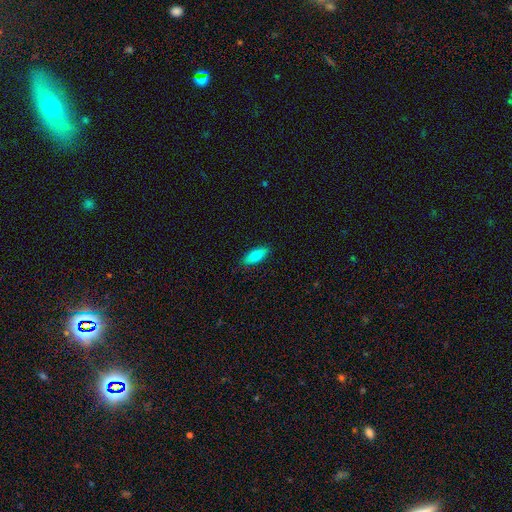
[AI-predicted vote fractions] This appears to be a smooth galaxy with no disk features (83%) that is in between round and cigar-shaped (72%). Merging: none (88%).